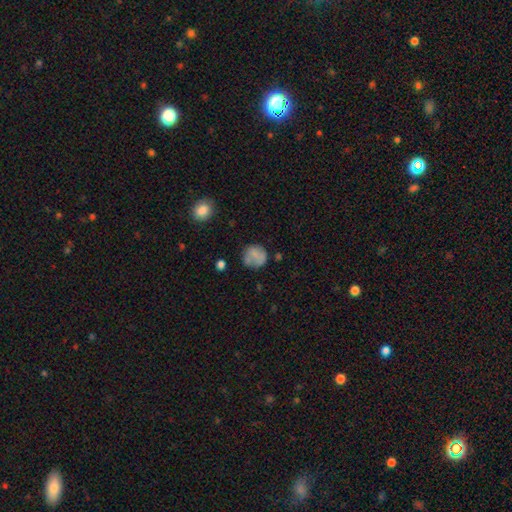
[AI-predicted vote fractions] The model was most divided on "merging": none: 62%, minor disturbance: 23%, major disturbance: 10%, merger: 5%. More confident: how rounded — round (84%); smooth or featured — smooth (70%).